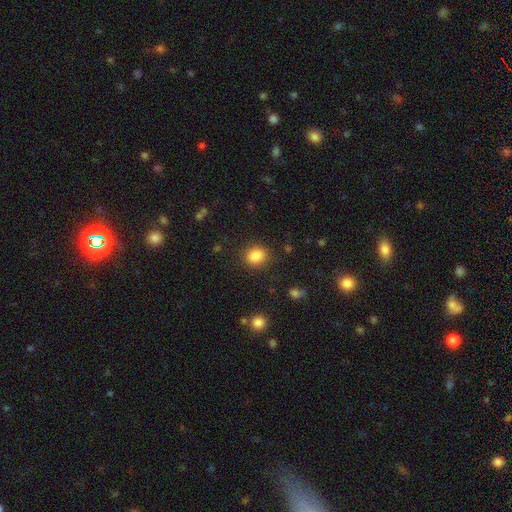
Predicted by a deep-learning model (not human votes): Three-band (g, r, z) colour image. It shows a smooth galaxy with no disk features (86%) that is round (68%). Merging: none (86%).